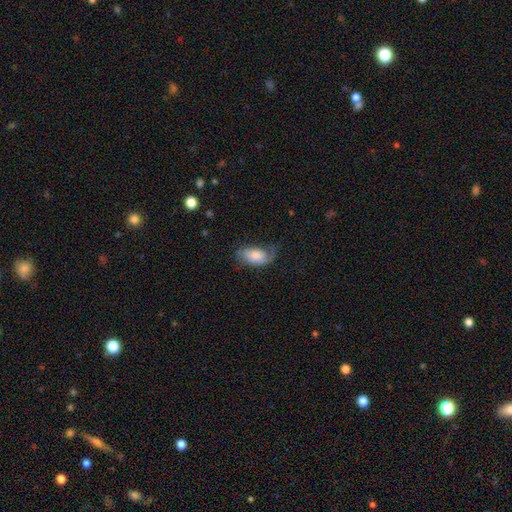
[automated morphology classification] Smooth or featured? smooth (60%)
How rounded? in between (93%)
Merging? none (48%)